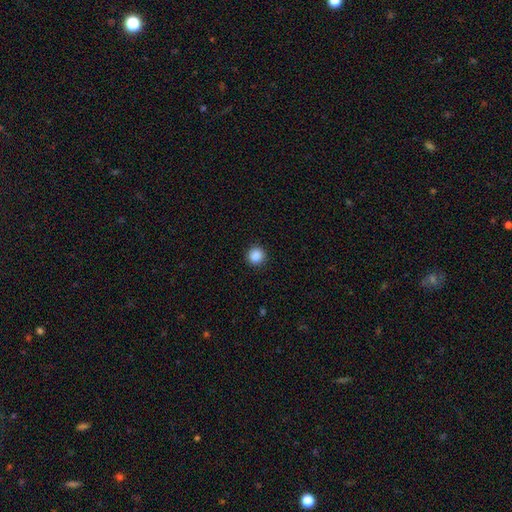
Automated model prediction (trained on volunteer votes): Smooth or featured: smooth — 88% (star or artifact — 9%)
How rounded: round — 94% (in between — 5%)
Merging: none — 92% (minor disturbance — 5%)